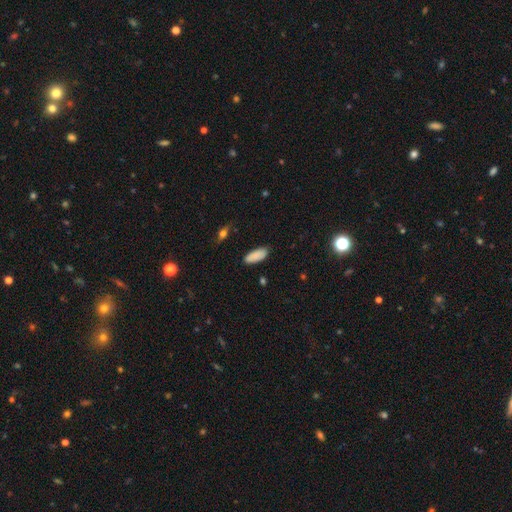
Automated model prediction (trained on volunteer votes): A smooth galaxy with no disk features (89%) that is in between round and cigar-shaped (81%).

Vote fractions:
- Smooth or featured? smooth: 89% / star or artifact: 7% / featured or disk: 5%
- How rounded? in between: 81% / cigar-shaped: 18% / round: 2%
- Merging? none: 86% / minor disturbance: 11% / major disturbance: 2% / merger: 1%